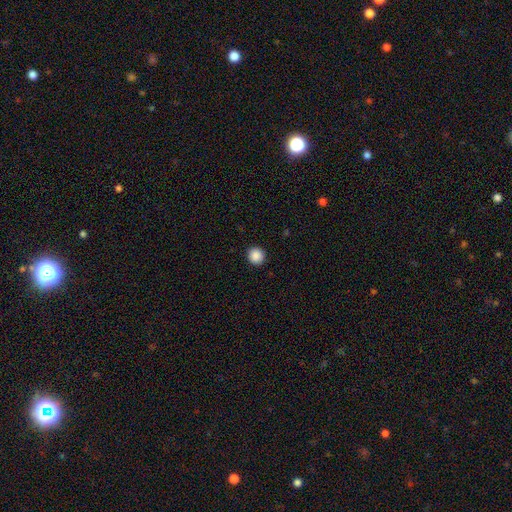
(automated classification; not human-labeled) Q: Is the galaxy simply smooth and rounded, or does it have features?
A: smooth — 88%.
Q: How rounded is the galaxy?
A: round — 94%.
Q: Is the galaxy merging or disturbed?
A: none — 93%.